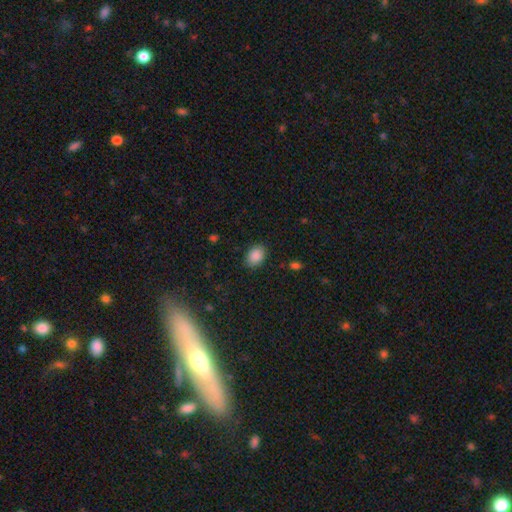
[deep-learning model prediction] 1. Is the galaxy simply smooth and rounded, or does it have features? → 88% smooth, 8% star or artifact, 4% featured or disk.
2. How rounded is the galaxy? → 74% in between, 25% round, 1% cigar-shaped.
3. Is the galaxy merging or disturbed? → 86% none, 10% minor disturbance, 3% major disturbance, 1% merger.